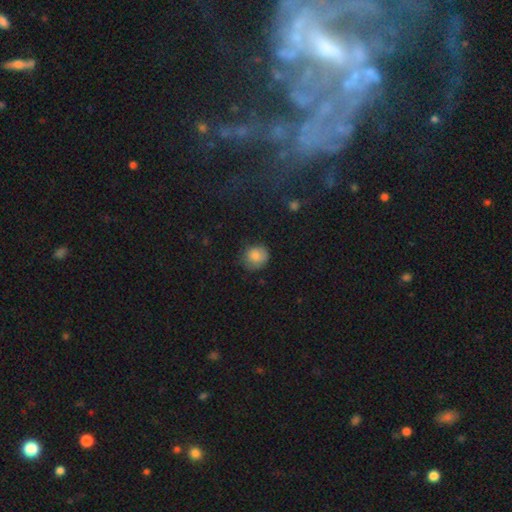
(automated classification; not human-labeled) Q: Smooth or featured?
A: smooth (83%); runner-up: star or artifact (10%)
Q: How rounded?
A: round (80%); runner-up: in between (19%)
Q: Merging?
A: none (68%); runner-up: minor disturbance (24%)